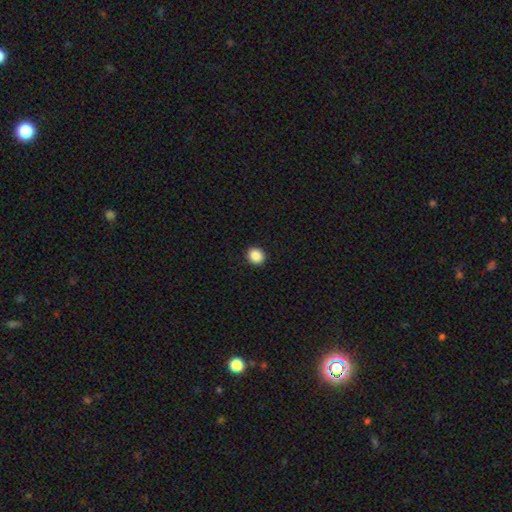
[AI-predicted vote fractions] Morphology: type=smooth (88%); roundness=round (76%); merging=none (93%).